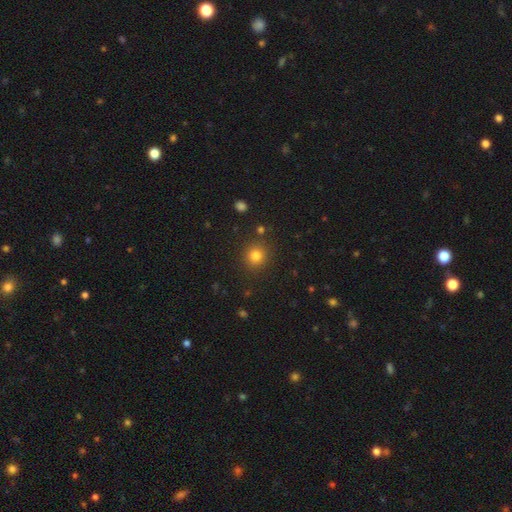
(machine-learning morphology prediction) This is clearly a smooth galaxy (81%). How rounded: clearly round (90%). Merging: clearly none (87%).